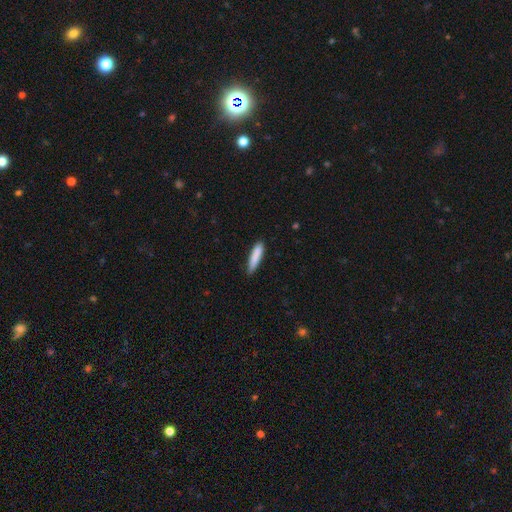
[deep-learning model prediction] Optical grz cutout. It shows a smooth galaxy with no disk features (86%) that is cigar-shaped (81%). Merging: none (77%).